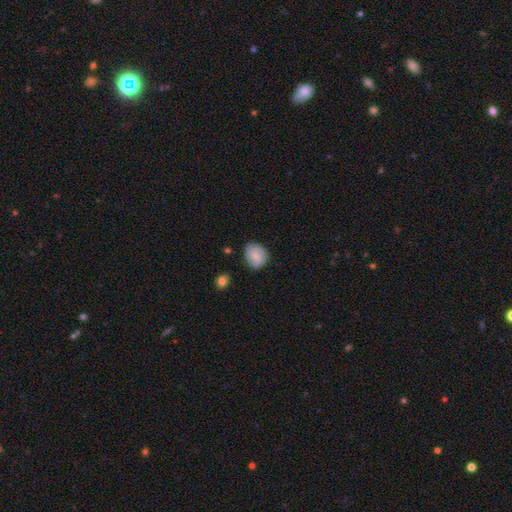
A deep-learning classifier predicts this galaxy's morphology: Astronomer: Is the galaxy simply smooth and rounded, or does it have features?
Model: smooth — 66%.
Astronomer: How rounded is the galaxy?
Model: round — 69%.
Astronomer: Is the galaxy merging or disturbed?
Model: none — 74%.